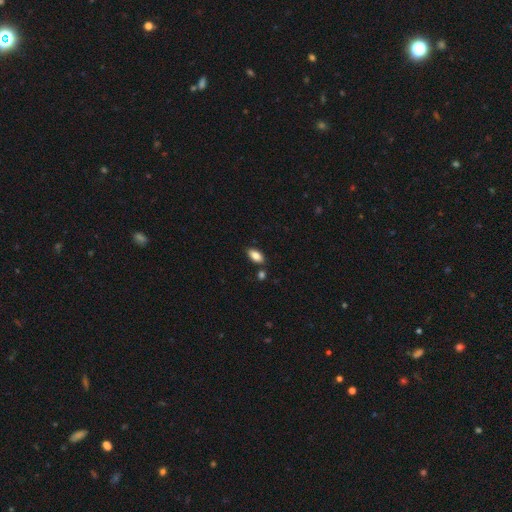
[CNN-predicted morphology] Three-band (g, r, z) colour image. It shows a smooth galaxy with no disk features (85%) that is in between round and cigar-shaped (92%). Merging: none (82%).